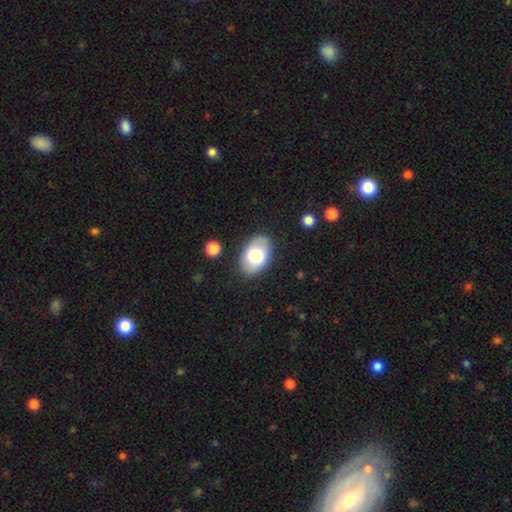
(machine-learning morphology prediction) smooth-or-featured: smooth: 72% | featured or disk: 21% | star or artifact: 6%
  how-rounded: in between: 90% | round: 8% | cigar-shaped: 1%
  merging: none: 83% | minor disturbance: 12% | major disturbance: 3% | merger: 2%